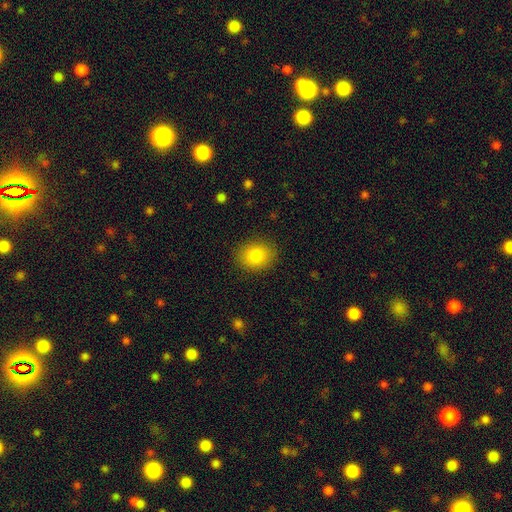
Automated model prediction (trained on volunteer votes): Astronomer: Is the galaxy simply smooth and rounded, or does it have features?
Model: smooth — 83%.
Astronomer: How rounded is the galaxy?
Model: round — 55% (runner-up: in between, 44%).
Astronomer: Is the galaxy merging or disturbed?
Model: none — 87%.